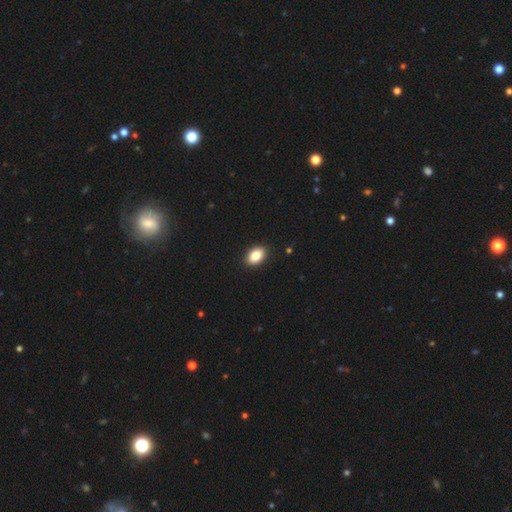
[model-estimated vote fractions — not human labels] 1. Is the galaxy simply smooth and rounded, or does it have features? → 86% smooth, 8% star or artifact, 6% featured or disk.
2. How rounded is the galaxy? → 87% in between, 11% round, 1% cigar-shaped.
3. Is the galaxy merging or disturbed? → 91% none, 7% minor disturbance, 2% major disturbance, 1% merger.